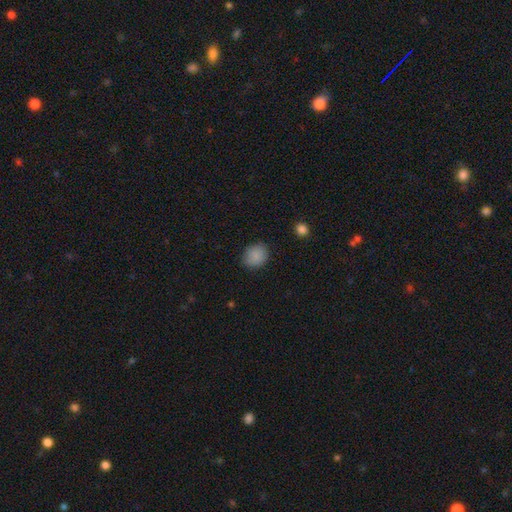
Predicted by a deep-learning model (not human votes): Smooth or featured? smooth (87%)
How rounded? round (56%)
Merging? none (83%)